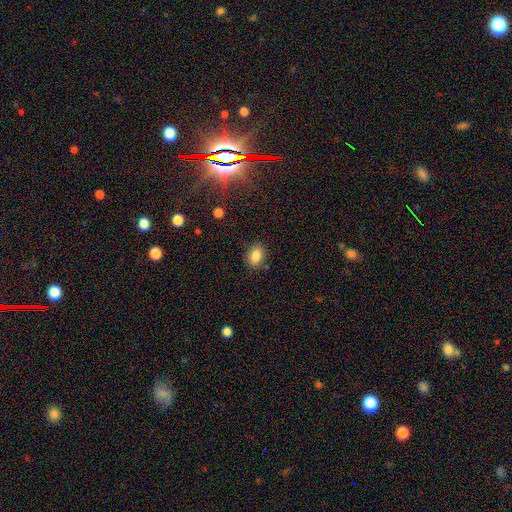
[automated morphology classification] Smooth or featured: smooth — 86% (star or artifact — 9%)
How rounded: in between — 83% (round — 15%)
Merging: none — 83% (minor disturbance — 12%)